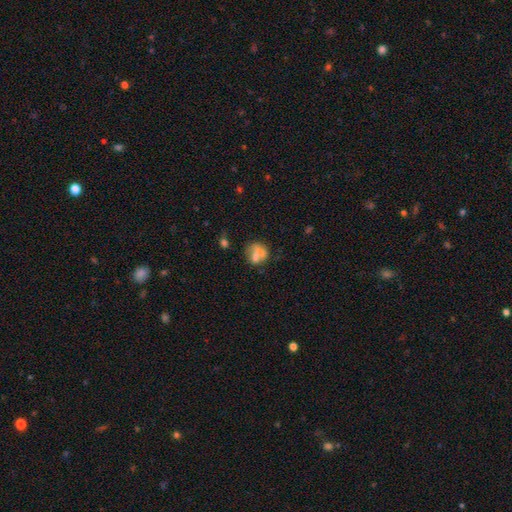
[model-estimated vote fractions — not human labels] smooth_or_featured: smooth (p=0.64) [alt: featured or disk p=0.24]
how_rounded: round (p=0.62) [alt: in between p=0.36]
merging: none (p=0.43) [alt: merger p=0.22]